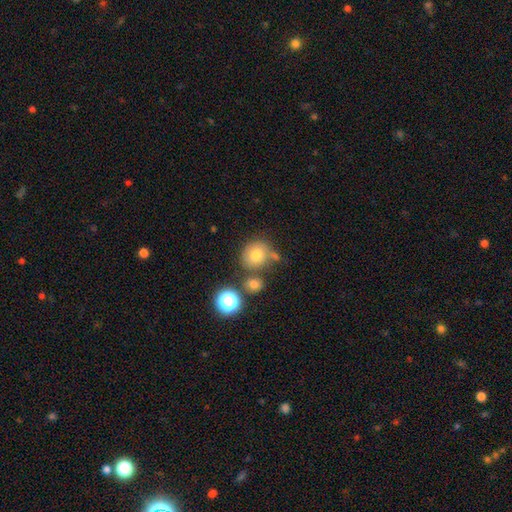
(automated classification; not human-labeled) smooth-or-featured: smooth: 74% | star or artifact: 14% | featured or disk: 12%
  how-rounded: round: 82% | in between: 17% | cigar-shaped: 1%
  merging: none: 64% | merger: 17% | minor disturbance: 14% | major disturbance: 5%